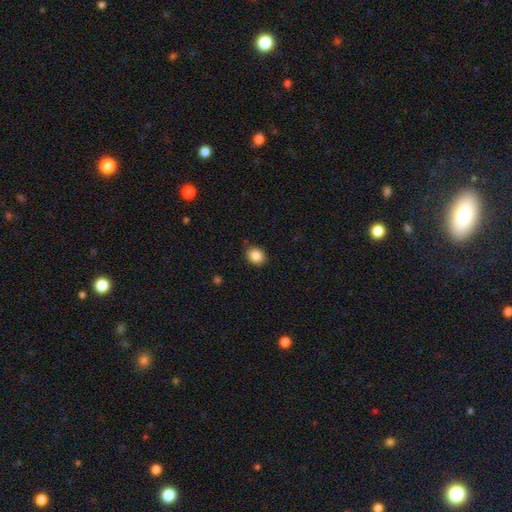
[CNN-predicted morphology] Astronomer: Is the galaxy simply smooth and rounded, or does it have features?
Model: smooth — 86%.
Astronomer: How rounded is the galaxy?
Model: round — 54% (runner-up: in between, 45%).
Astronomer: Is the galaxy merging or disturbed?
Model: none — 88%.